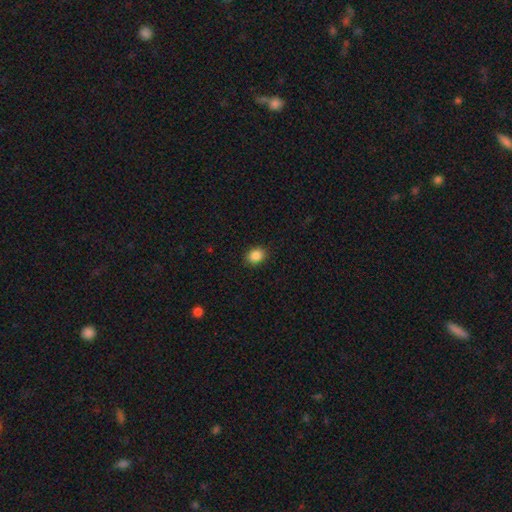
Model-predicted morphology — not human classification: Smooth or featured? Predicted: smooth (p=0.87). How rounded? Predicted: in between (p=0.50). Merging? Predicted: none (p=0.90).